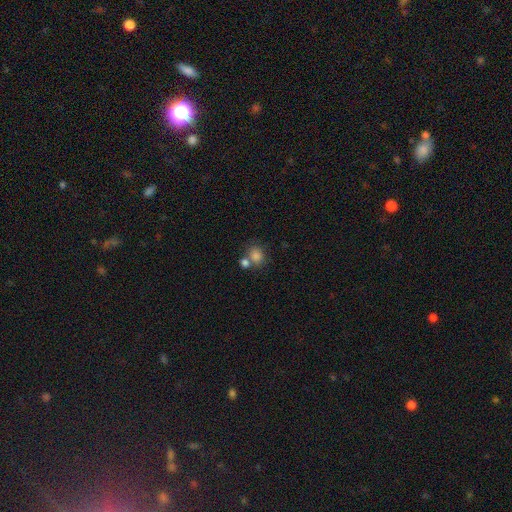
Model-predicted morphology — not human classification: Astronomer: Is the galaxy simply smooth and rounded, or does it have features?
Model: smooth — 83%.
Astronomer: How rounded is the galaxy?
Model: round — 63%.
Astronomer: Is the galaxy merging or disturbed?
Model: none — 50% (runner-up: merger, 34%).